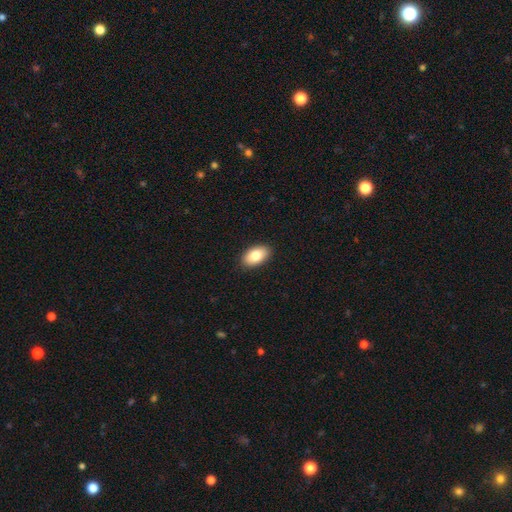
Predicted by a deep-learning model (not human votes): Morphology: type=smooth (82%); roundness=in between (94%); merging=none (90%).